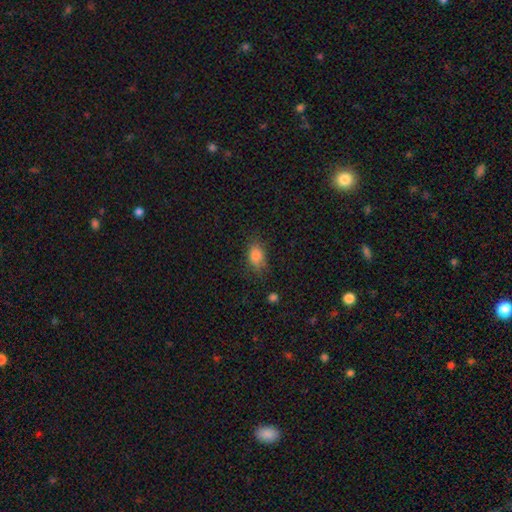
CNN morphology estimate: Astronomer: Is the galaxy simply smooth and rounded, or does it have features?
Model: smooth — 83%.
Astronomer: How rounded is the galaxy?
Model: in between — 80%.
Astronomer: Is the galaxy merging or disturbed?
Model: none — 73%.